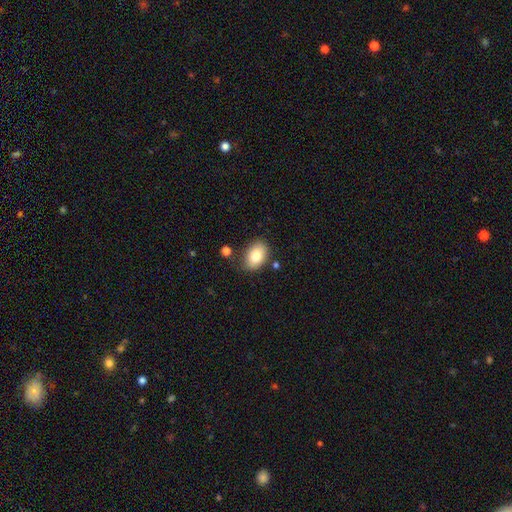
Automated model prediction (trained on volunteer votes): Morphology: type=smooth (81%); roundness=in between (84%); merging=none (76%).